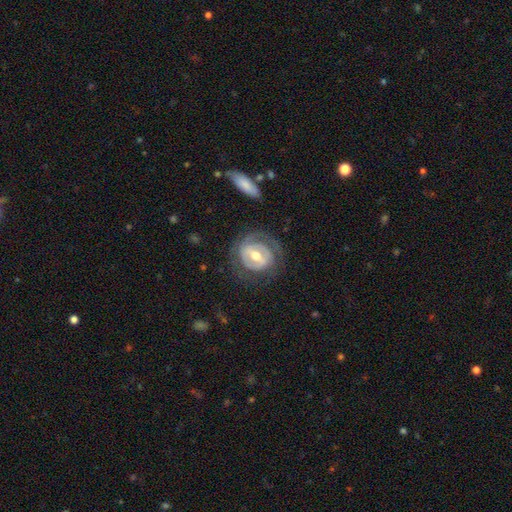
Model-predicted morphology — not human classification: featured or disk 74%, smooth 20%, star or artifact 5%. Down the decision tree: edge-on disk — no (96%); bar — weak (42%); spiral arms — yes (66%); bulge size — moderate (73%); merging — none (65%).